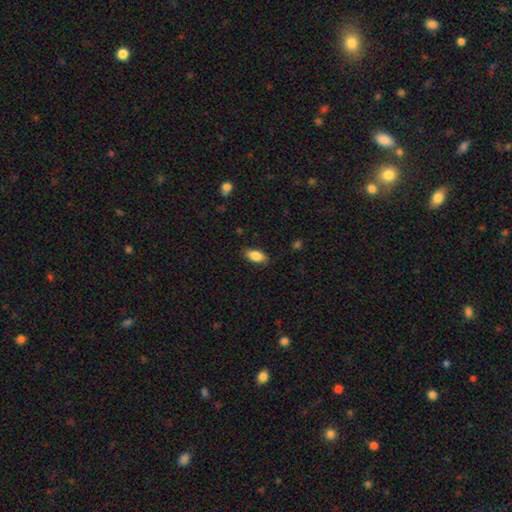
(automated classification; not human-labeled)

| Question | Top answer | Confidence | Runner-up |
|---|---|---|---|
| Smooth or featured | smooth | 85% | featured or disk (8%) |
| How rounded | in between | 90% | cigar-shaped (7%) |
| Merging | none | 85% | minor disturbance (12%) |